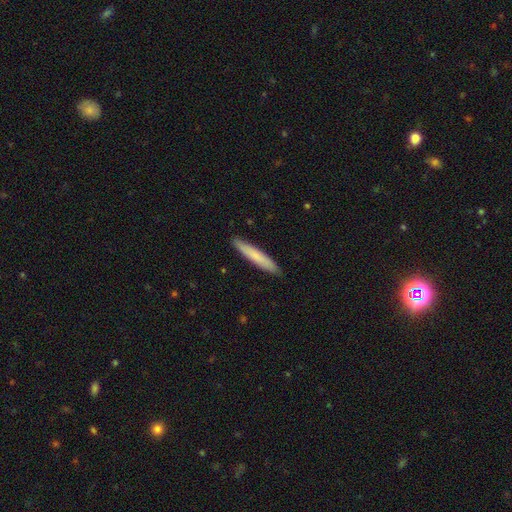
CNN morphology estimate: Overall: smooth (75%). How rounded: cigar-shaped (94%). Merging: none (91%).